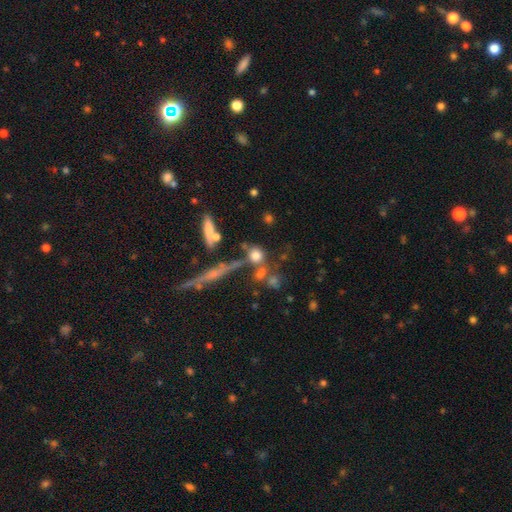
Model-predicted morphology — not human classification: Smooth or featured? smooth (72%)
How rounded? round (78%)
Merging? none (57%)